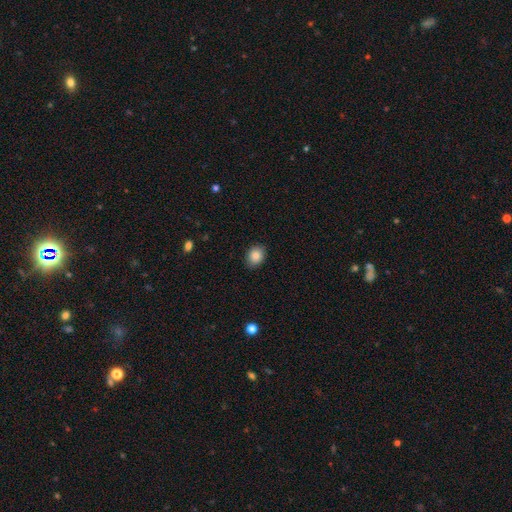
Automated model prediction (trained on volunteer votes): Q: Smooth or featured?
A: smooth (85%); runner-up: star or artifact (9%)
Q: How rounded?
A: in between (58%); runner-up: round (41%)
Q: Merging?
A: none (88%); runner-up: minor disturbance (9%)